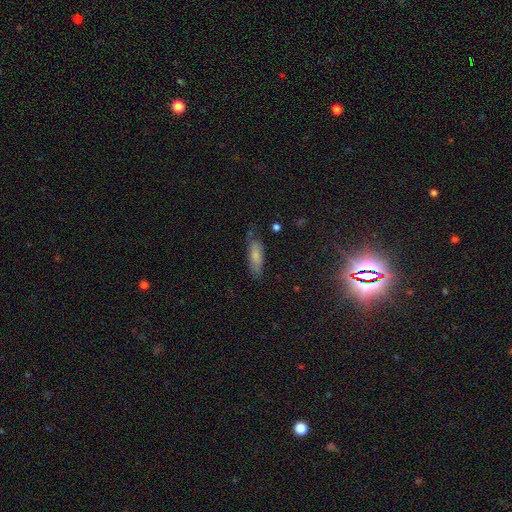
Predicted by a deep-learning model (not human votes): Overall: smooth (76%). How rounded: in between (59%; cigar-shaped 39%). Merging: none (66%).